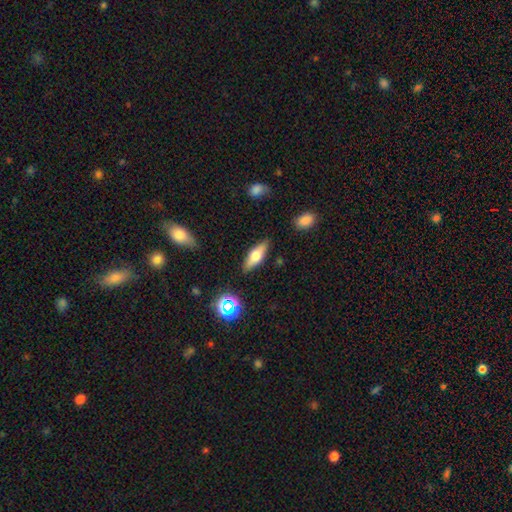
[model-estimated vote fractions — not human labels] Smooth or featured? smooth (61%)
How rounded? in between (60%)
Merging? none (85%)